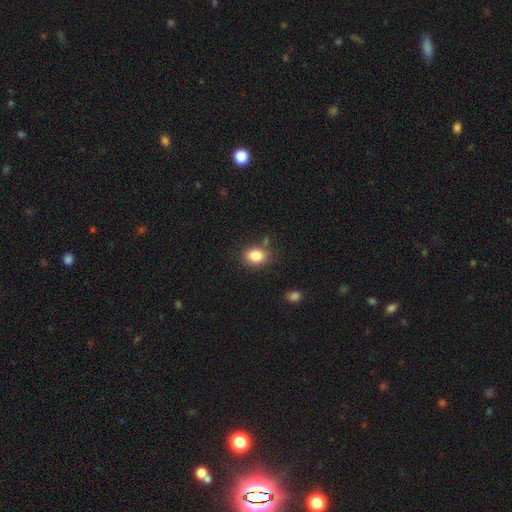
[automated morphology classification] Smooth or featured? Predicted: smooth (p=0.84). How rounded? Predicted: in between (p=0.62). Merging? Predicted: none (p=0.74).